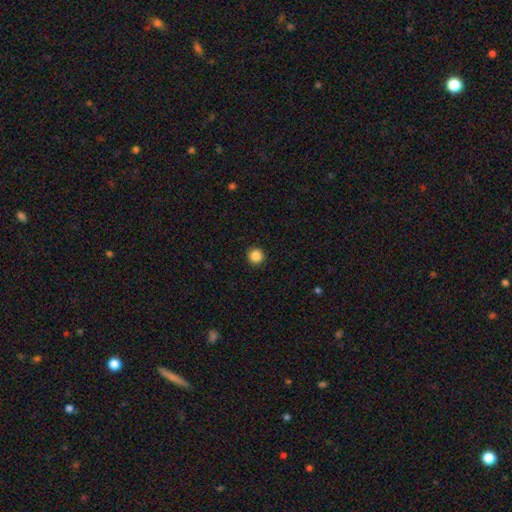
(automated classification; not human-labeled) Overall: smooth (86%). How rounded: round (96%). Merging: none (93%).